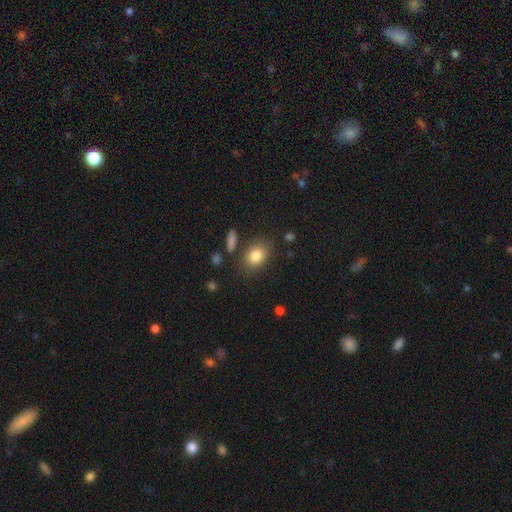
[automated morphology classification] Smooth or featured? smooth (83%)
How rounded? in between (70%)
Merging? none (77%)